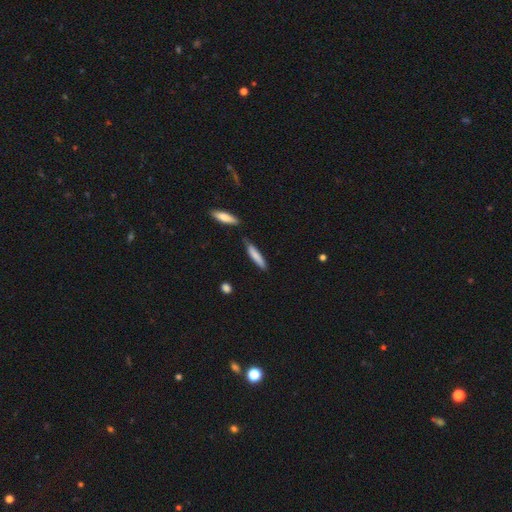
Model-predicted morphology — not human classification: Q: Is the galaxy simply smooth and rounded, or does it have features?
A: smooth — 79%.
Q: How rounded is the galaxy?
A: cigar-shaped — 87%.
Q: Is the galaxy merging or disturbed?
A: none — 73%.